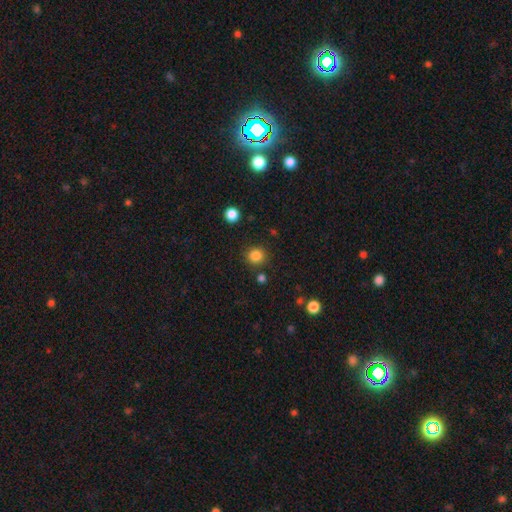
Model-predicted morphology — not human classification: type=smooth (84%); roundness=round (91%); merging=none (87%).